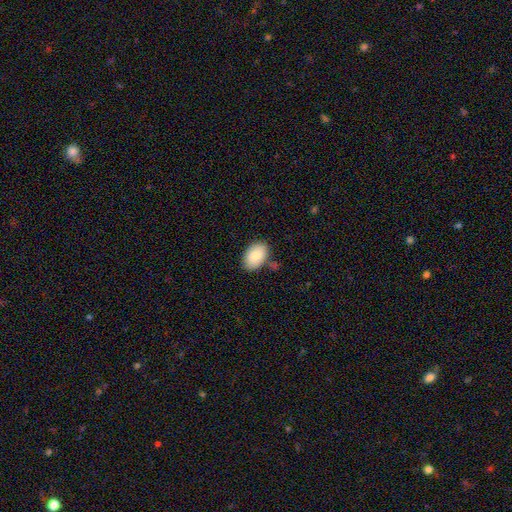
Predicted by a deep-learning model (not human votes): Smooth or featured? smooth (86%)
How rounded? in between (91%)
Merging? none (76%)